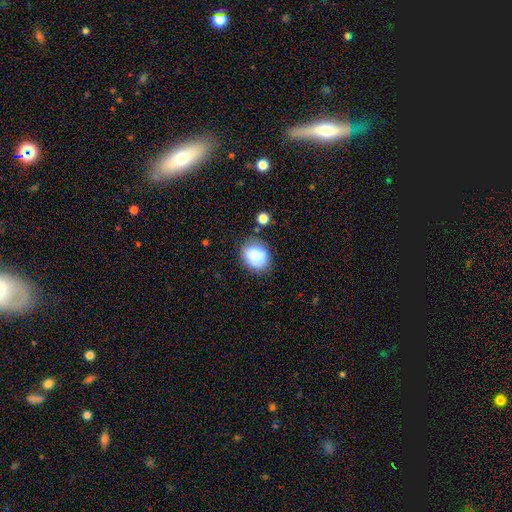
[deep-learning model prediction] Overall: smooth (84%). How rounded: round (51%; in between 49%). Merging: none (69%).